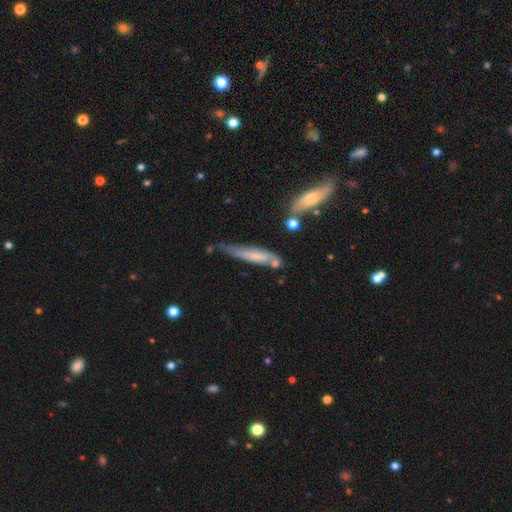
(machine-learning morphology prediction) Smooth or featured? Predicted: smooth (p=0.58). How rounded? Predicted: cigar-shaped (p=0.88). Merging? Predicted: none (p=0.47).